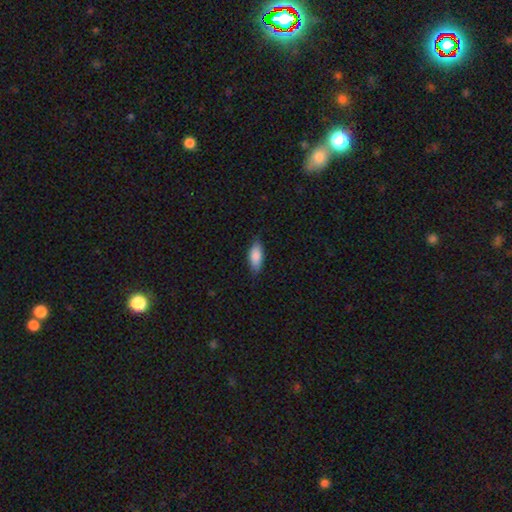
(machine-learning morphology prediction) This is clearly a smooth galaxy (84%). How rounded: clearly in between (81%). Merging: clearly none (80%).